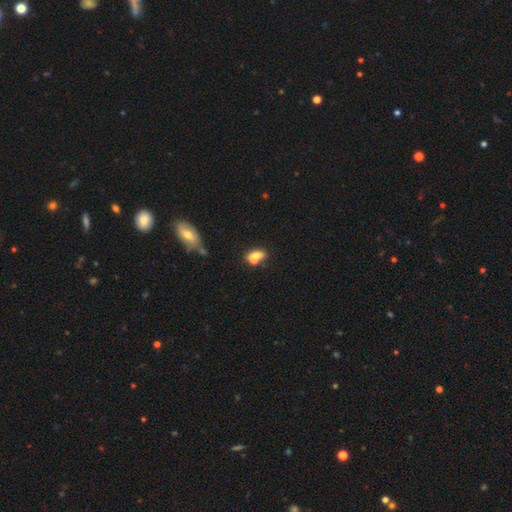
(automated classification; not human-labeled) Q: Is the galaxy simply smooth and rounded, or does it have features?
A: smooth — 71%.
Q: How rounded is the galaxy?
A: in between — 77%.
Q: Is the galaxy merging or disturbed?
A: merger — 47%.